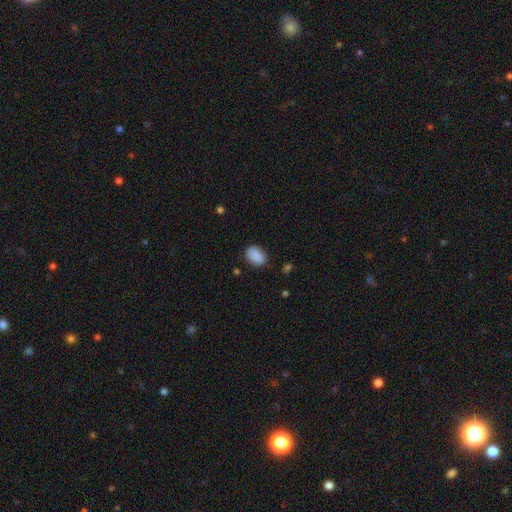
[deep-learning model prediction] Morphology: type=smooth (88%); roundness=in between (79%); merging=none (80%).